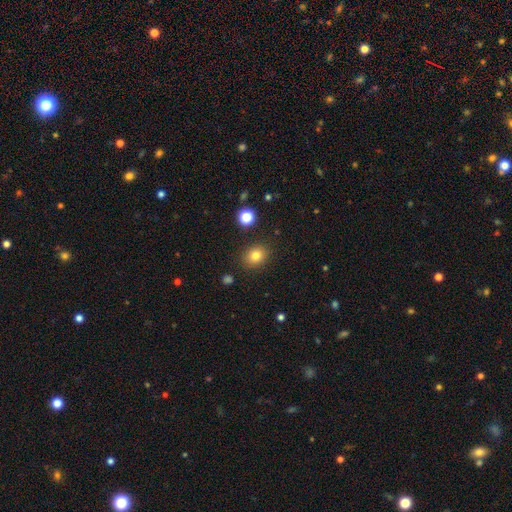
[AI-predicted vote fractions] This appears to be a smooth galaxy with no disk features (80%) that is round (66%). Merging: none (88%).